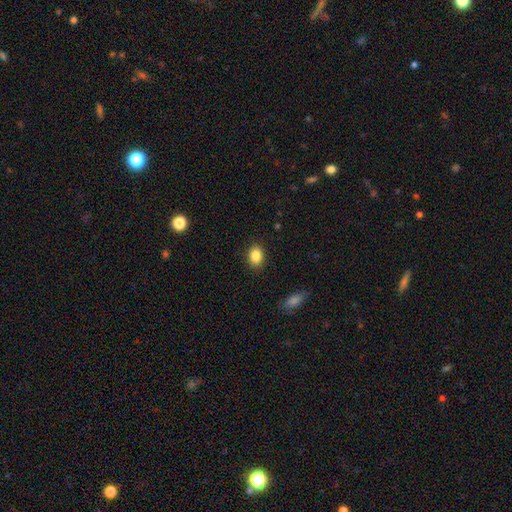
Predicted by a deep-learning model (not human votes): smooth 86%, star or artifact 9%, featured or disk 6%. Down the decision tree: how rounded — in between (69%); merging — none (88%).